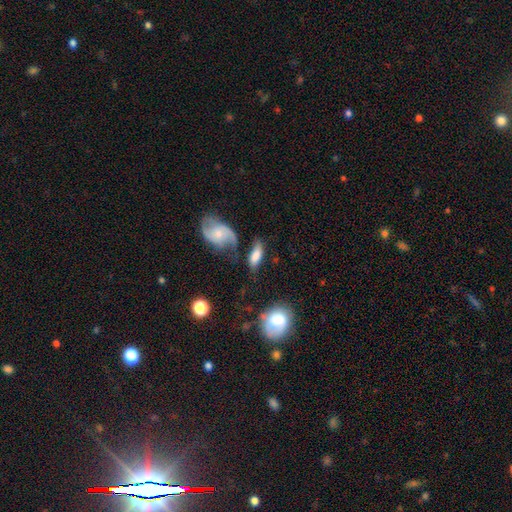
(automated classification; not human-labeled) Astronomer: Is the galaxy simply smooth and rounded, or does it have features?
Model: smooth — 68%.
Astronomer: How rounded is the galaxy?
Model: in between — 79%.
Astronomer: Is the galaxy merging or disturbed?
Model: none — 48%.